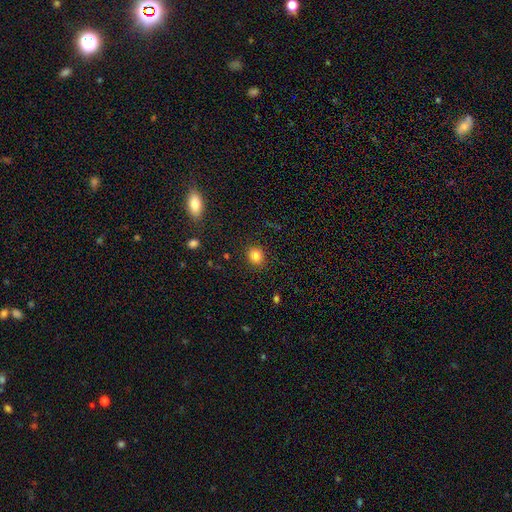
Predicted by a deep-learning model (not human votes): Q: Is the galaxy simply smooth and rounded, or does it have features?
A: smooth — 83%.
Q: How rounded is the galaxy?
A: round — 75%.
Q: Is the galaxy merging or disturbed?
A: none — 89%.